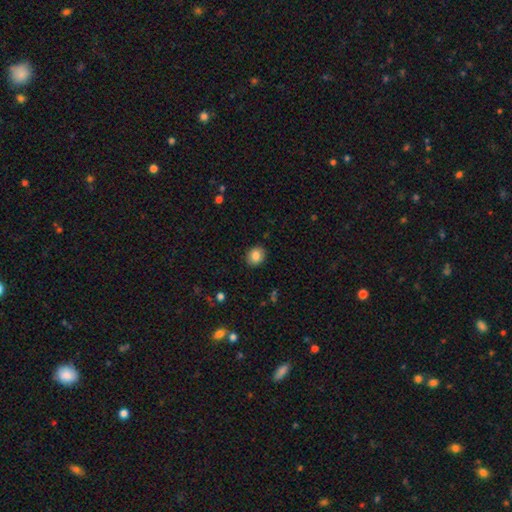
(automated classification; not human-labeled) Smooth or featured? smooth (84%)
How rounded? round (63%)
Merging? none (89%)